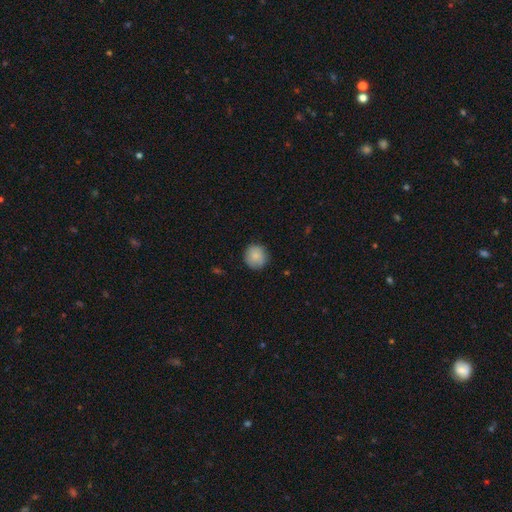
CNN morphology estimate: smooth 85%, featured or disk 7%, star or artifact 7%. Down the decision tree: how rounded — round (93%); merging — none (86%).